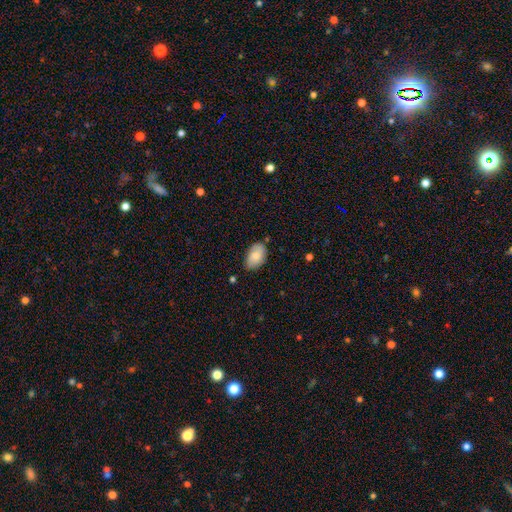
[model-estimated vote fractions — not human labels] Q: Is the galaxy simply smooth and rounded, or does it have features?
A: smooth — 81%.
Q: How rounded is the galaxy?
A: in between — 91%.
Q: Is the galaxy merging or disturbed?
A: none — 70%.